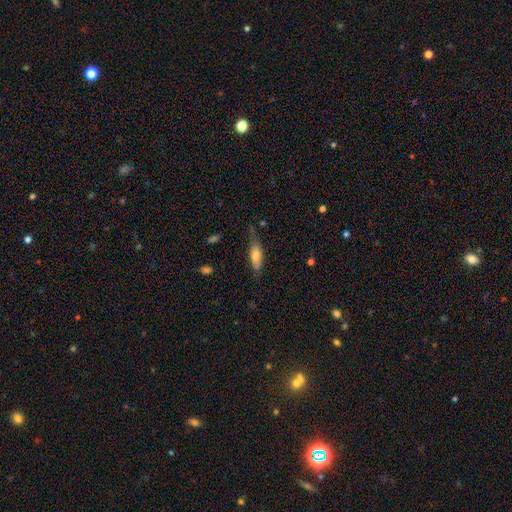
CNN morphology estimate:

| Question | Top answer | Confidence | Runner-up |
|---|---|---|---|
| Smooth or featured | smooth | 62% | featured or disk (31%) |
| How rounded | in between | 58% | cigar-shaped (40%) |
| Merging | none | 60% | minor disturbance (28%) |